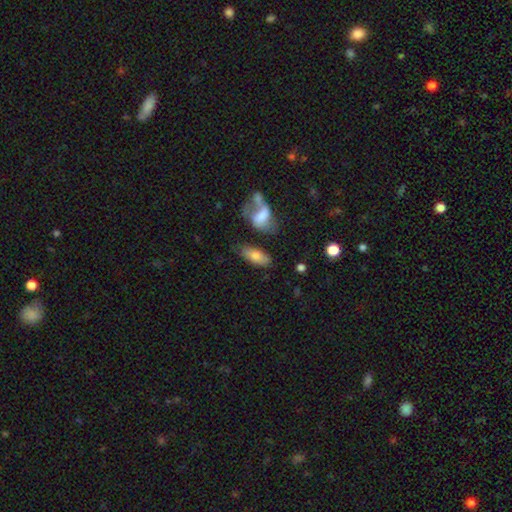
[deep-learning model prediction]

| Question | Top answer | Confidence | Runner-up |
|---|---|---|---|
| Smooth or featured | smooth | 72% | featured or disk (20%) |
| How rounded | in between | 84% | cigar-shaped (13%) |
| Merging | none | 67% | minor disturbance (16%) |